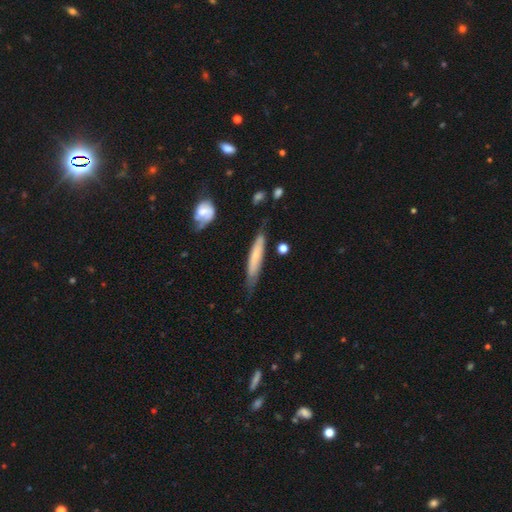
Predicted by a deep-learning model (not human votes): A smooth galaxy with no disk features (59%) that is cigar-shaped (90%). Merging: none (65%).